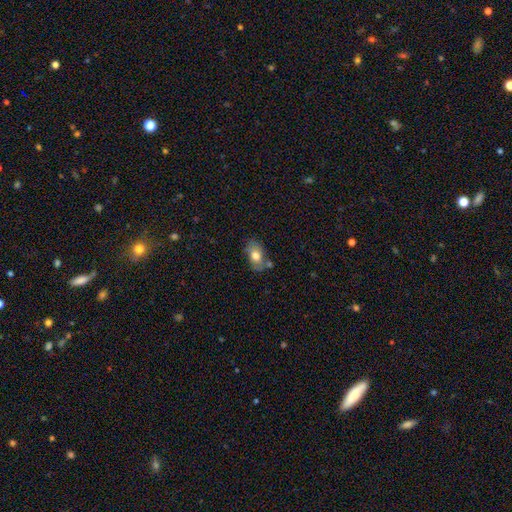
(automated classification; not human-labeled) Smooth or featured? Predicted: smooth (p=0.72). How rounded? Predicted: in between (p=0.87). Merging? Predicted: none (p=0.59).